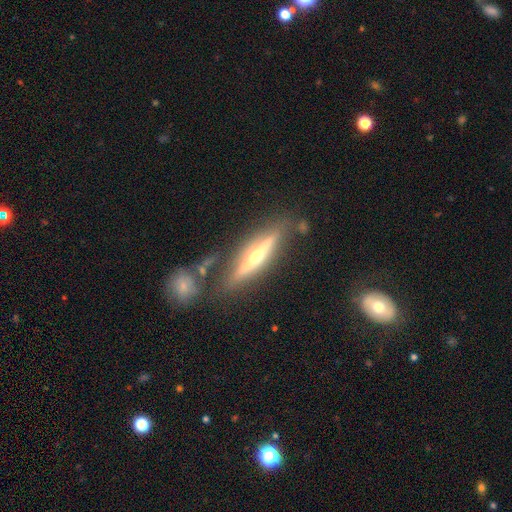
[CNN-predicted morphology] Overall: featured or disk (74%). Edge-on disk: yes (95%). Edge-on bulge: rounded (86%). Merging: none (77%).